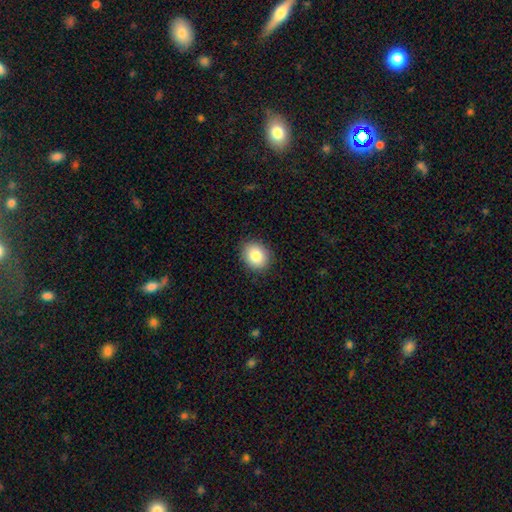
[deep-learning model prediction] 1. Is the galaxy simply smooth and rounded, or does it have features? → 85% smooth, 8% star or artifact, 7% featured or disk.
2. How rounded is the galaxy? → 59% round, 40% in between, 1% cigar-shaped.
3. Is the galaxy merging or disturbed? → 89% none, 8% minor disturbance, 2% major disturbance, 1% merger.